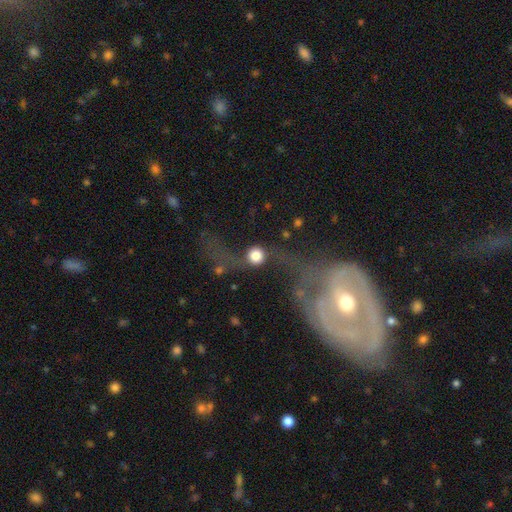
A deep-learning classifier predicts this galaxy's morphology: A smooth galaxy with no disk features (58%) that is round (90%).

Vote fractions:
- Smooth or featured? smooth: 58% / featured or disk: 31% / star or artifact: 11%
- How rounded? round: 90% / in between: 8% / cigar-shaped: 2%
- Merging? none: 46% / major disturbance: 25% / minor disturbance: 15% / merger: 14%